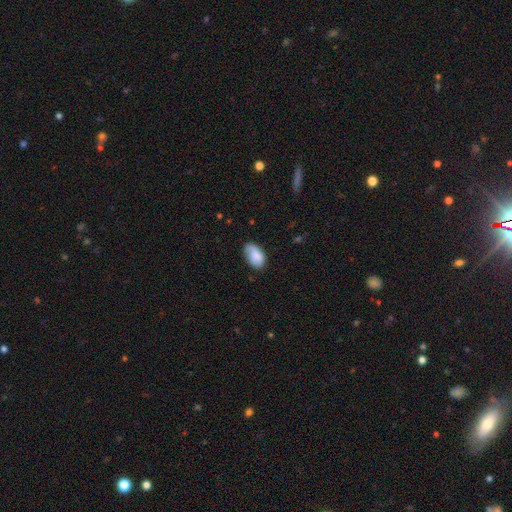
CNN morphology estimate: Overall: smooth (83%). How rounded: in between (94%). Merging: none (63%; minor disturbance 28%).